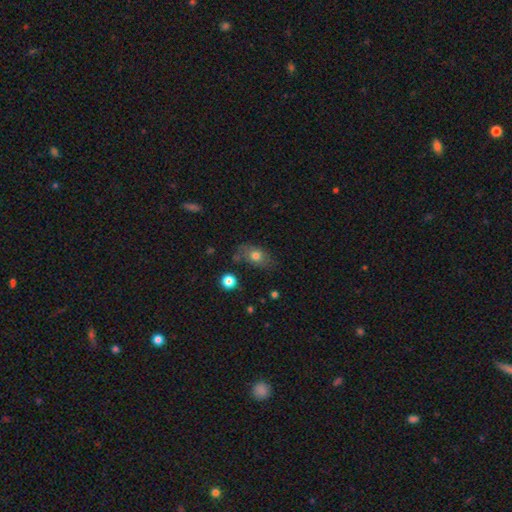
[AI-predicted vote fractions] smooth_or_featured: smooth (p=0.71) [alt: featured or disk p=0.18]
how_rounded: in between (p=0.76) [alt: round p=0.21]
merging: none (p=0.65) [alt: minor disturbance p=0.23]